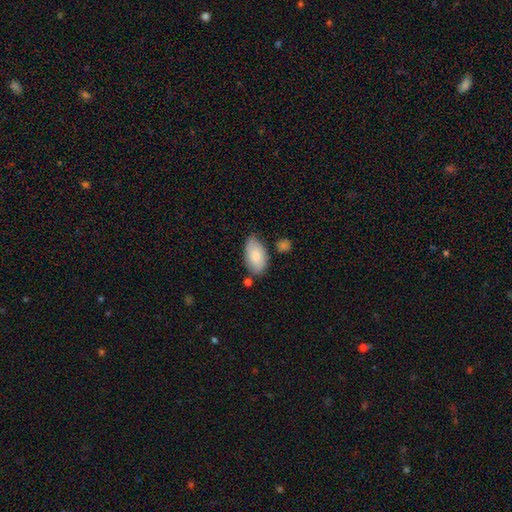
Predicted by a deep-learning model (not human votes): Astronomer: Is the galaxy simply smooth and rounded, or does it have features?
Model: smooth — 81%.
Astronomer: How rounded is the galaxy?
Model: in between — 95%.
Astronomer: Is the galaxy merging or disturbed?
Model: none — 68%.